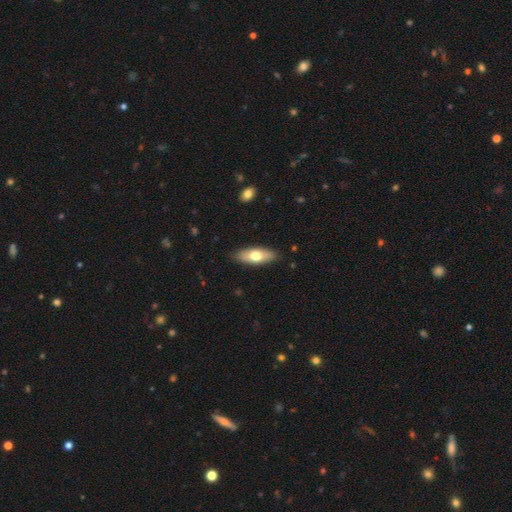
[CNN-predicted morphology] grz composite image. It shows a smooth galaxy with no disk features (67%) that is in between round and cigar-shaped (76%). Merging: none (87%).